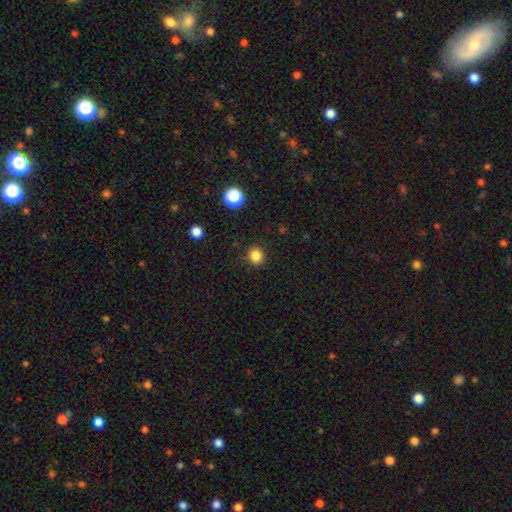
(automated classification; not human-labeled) smooth 84%, star or artifact 12%, featured or disk 4%. Down the decision tree: how rounded — round (81%); merging — none (88%).